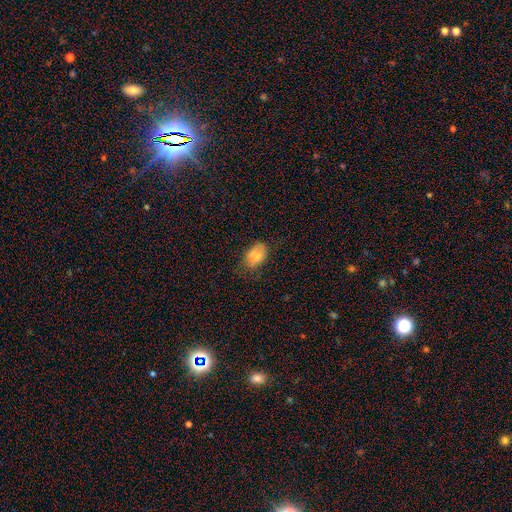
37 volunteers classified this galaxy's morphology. A smooth galaxy with no disk features (84%) that is in between round and cigar-shaped (90%).

Vote fractions:
- Smooth or featured? smooth: 84% / featured or disk: 11% / star or artifact: 5%
- How rounded? in between: 90% / round: 10% / cigar-shaped: 0%
- Merging? none: 66% / minor disturbance: 31% / merger: 3% / major disturbance: 0%